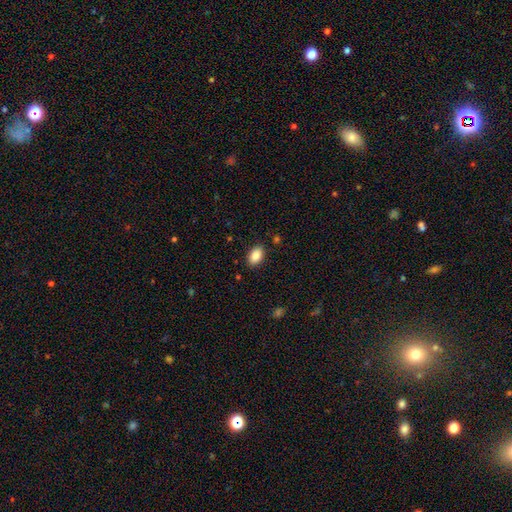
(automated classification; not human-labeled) Smooth or featured: smooth — 88% (star or artifact — 7%)
How rounded: in between — 91% (round — 7%)
Merging: none — 88% (minor disturbance — 9%)